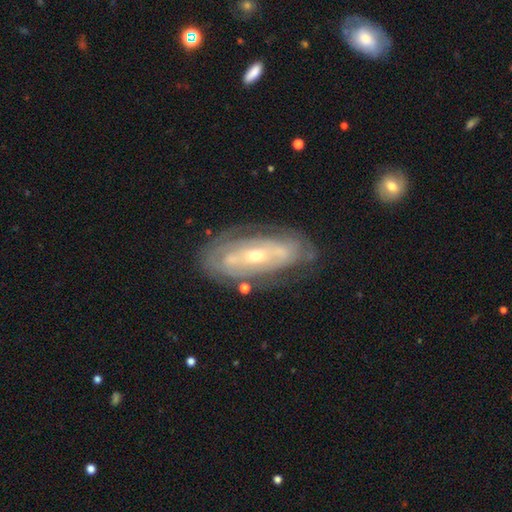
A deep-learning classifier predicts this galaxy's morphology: smooth-or-featured: featured or disk: 78% | smooth: 16% | star or artifact: 6%
  disk-edge-on: no: 89% | yes: 11%
    bar: no: 60% | weak: 24% | strong: 16%
    has-spiral-arms: yes: 65% | no: 35%
    bulge-size: small: 48% (tied) | moderate: 48% (tied) | large: 2% | none: 1% | dominant: 1%
  merging: none: 74% | minor disturbance: 16% | major disturbance: 7% | merger: 3%